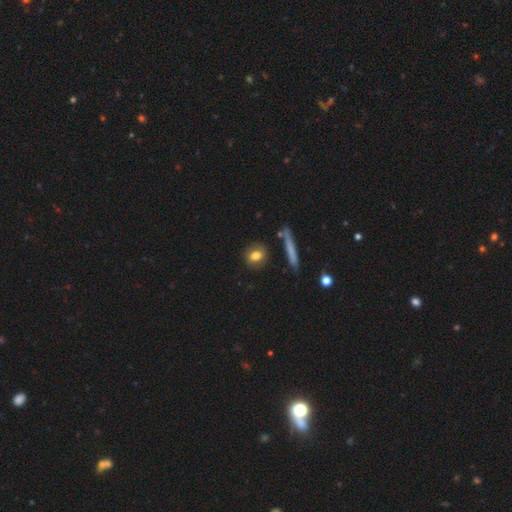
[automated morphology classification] Smooth or featured? smooth (78%)
How rounded? round (51%)
Merging? none (81%)